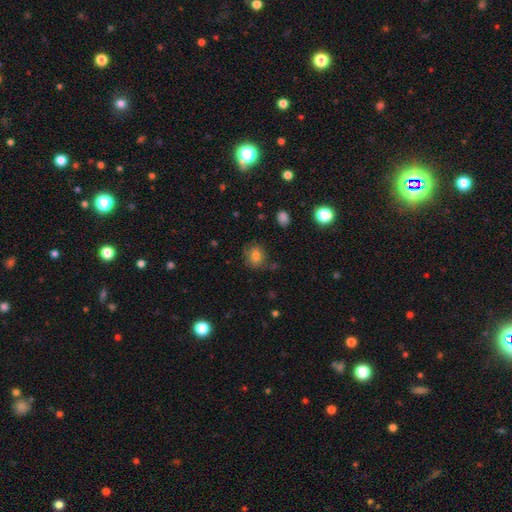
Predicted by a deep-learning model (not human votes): The model was most divided on "how rounded": round: 60%, in between: 39%, cigar-shaped: 1%. More confident: smooth or featured — smooth (78%); merging — none (72%).